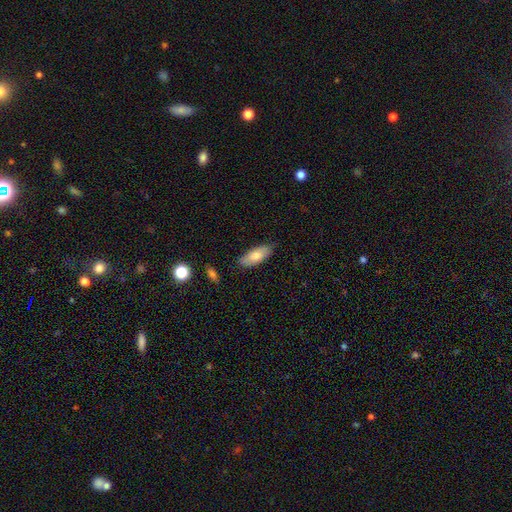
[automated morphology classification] This appears to be a smooth galaxy with no disk features (77%) that is in between round and cigar-shaped (78%). Merging: none (80%).